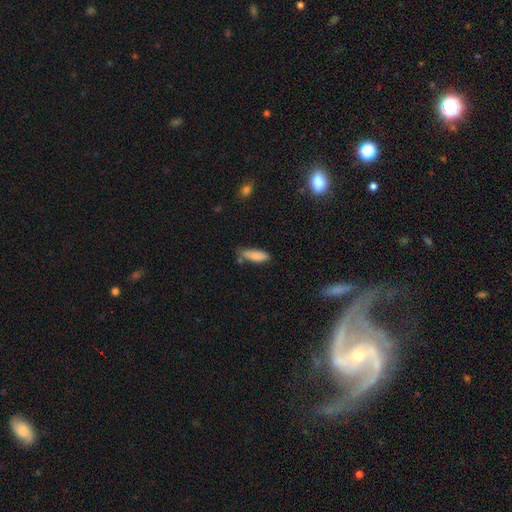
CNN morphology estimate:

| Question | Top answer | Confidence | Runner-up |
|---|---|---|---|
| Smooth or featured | smooth | 86% | featured or disk (7%) |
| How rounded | in between | 59% | cigar-shaped (39%) |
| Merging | none | 56% | minor disturbance (30%) |